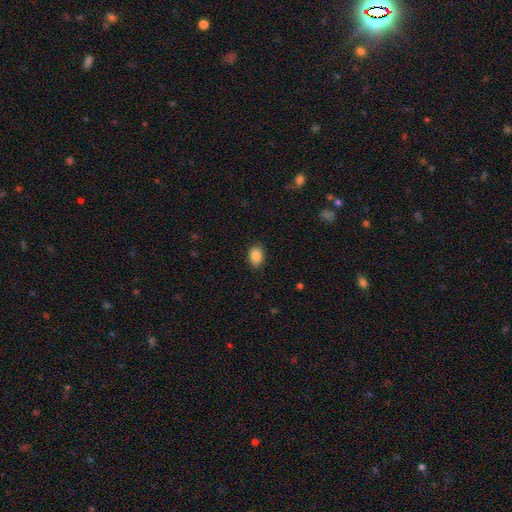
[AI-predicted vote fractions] Smooth or featured?
  - smooth: 88% *
  - star or artifact: 8%
  - featured or disk: 4%
How rounded?
  - in between: 80% *
  - round: 19%
  - cigar-shaped: 1%
Merging?
  - none: 86% *
  - minor disturbance: 11%
  - major disturbance: 2%
  - merger: 1%